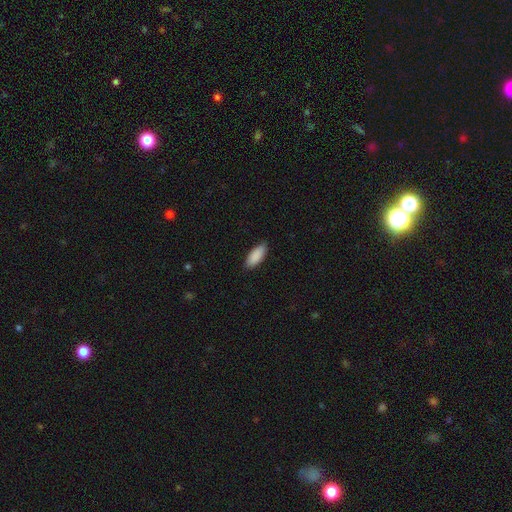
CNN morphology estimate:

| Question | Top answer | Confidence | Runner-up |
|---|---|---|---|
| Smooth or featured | smooth | 90% | star or artifact (6%) |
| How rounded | in between | 83% | cigar-shaped (15%) |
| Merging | none | 85% | minor disturbance (12%) |